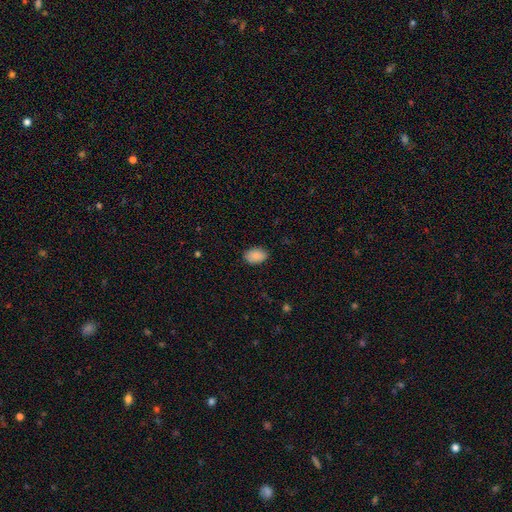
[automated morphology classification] Q: Smooth or featured?
A: smooth (89%); runner-up: star or artifact (7%)
Q: How rounded?
A: in between (85%); runner-up: round (14%)
Q: Merging?
A: none (87%); runner-up: minor disturbance (10%)